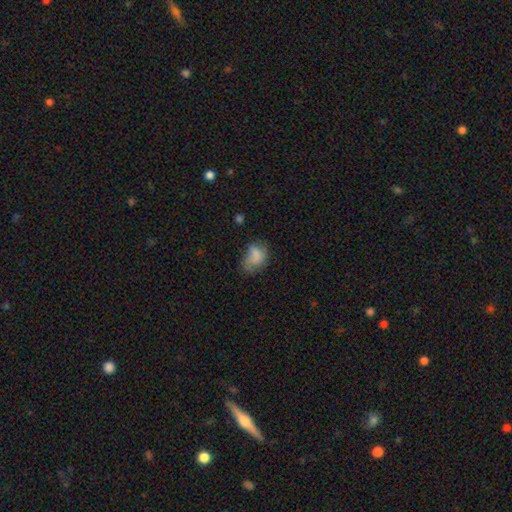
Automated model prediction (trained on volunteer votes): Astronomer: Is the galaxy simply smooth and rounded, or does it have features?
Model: smooth — 75%.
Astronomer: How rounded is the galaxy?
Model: in between — 78%.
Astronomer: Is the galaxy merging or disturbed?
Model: none — 39% (runner-up: minor disturbance, 35%).